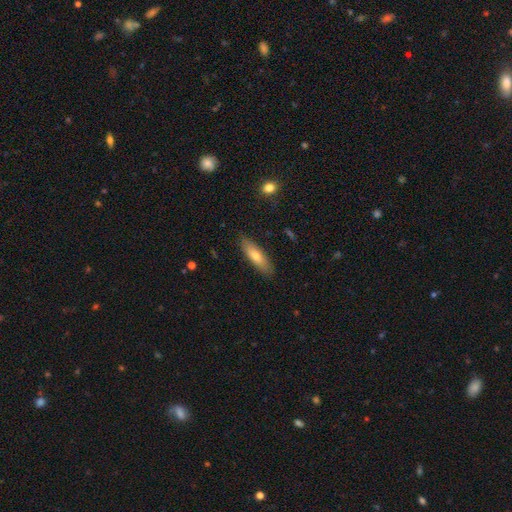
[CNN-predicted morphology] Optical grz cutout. It shows a smooth galaxy with no disk features (66%) that is cigar-shaped (63%). Merging: none (87%).